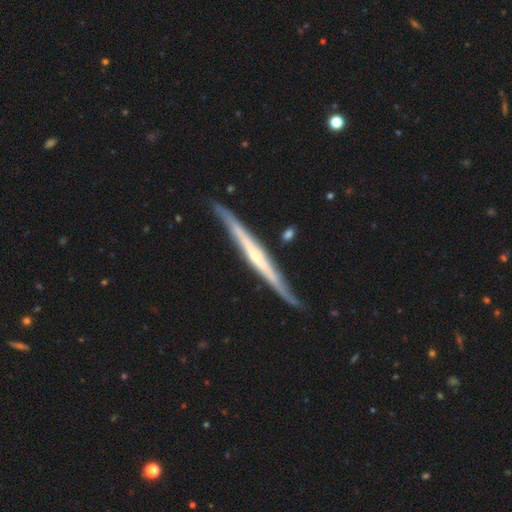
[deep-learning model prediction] featured or disk 77%, smooth 18%, star or artifact 5%. Down the decision tree: edge-on disk — yes (95%); edge-on bulge — rounded (46%); merging — none (83%).